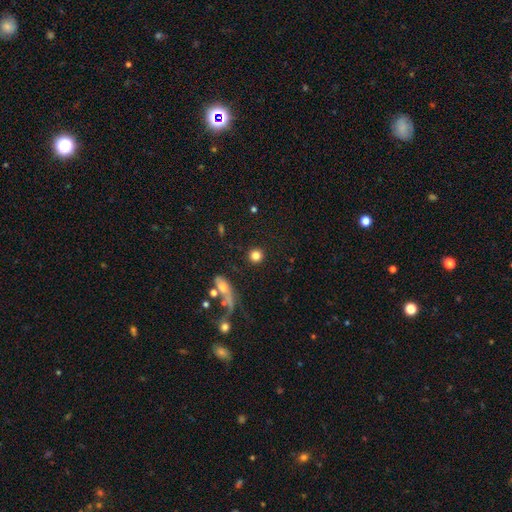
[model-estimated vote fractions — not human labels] Morphology: type=smooth (82%); roundness=round (92%); merging=none (88%).